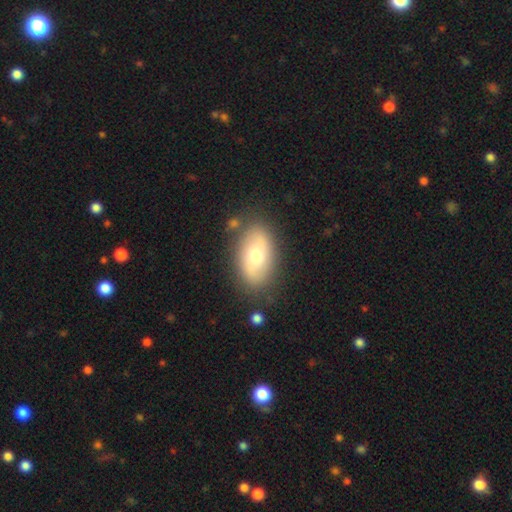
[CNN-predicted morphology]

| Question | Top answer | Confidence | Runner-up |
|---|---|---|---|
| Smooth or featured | smooth | 61% | featured or disk (33%) |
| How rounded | in between | 91% | round (6%) |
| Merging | none | 80% | minor disturbance (13%) |